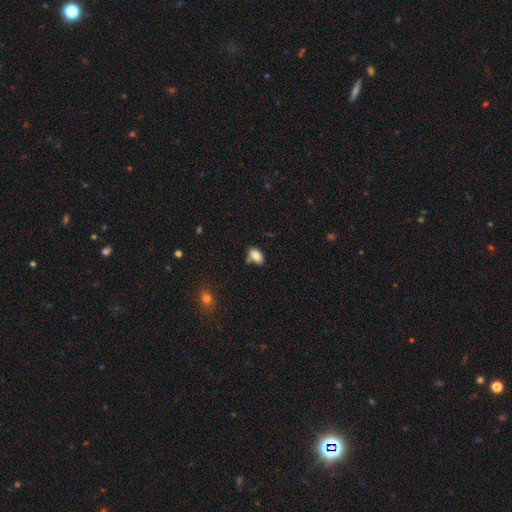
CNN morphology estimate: A smooth galaxy with no disk features (84%) that is in between round and cigar-shaped (90%).

Vote fractions:
- Smooth or featured? smooth: 84% / star or artifact: 8% / featured or disk: 8%
- How rounded? in between: 90% / round: 7% / cigar-shaped: 2%
- Merging? none: 67% / minor disturbance: 19% / merger: 9% / major disturbance: 4%